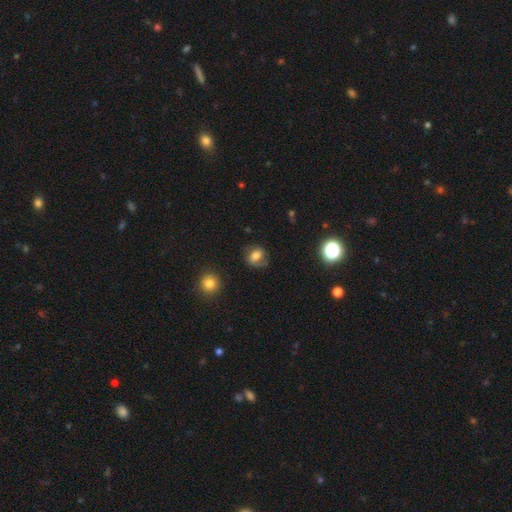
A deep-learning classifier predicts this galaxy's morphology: The model was most divided on "how rounded": round: 54%, in between: 45%, cigar-shaped: 1%. More confident: merging — none (64%); smooth or featured — smooth (51%).